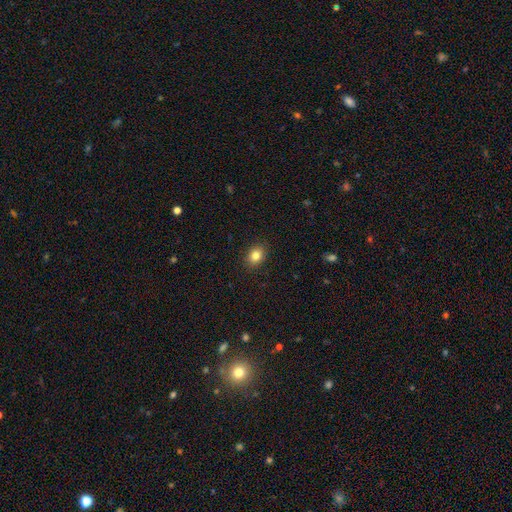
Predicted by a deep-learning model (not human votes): Overall: smooth (83%). How rounded: in between (57%; round 42%). Merging: none (90%).